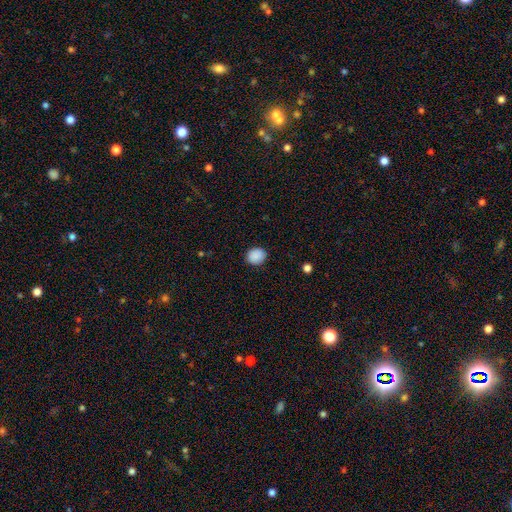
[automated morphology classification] smooth_or_featured: smooth (p=0.89) [alt: star or artifact p=0.08]
how_rounded: round (p=0.74) [alt: in between p=0.26]
merging: none (p=0.89) [alt: minor disturbance p=0.08]